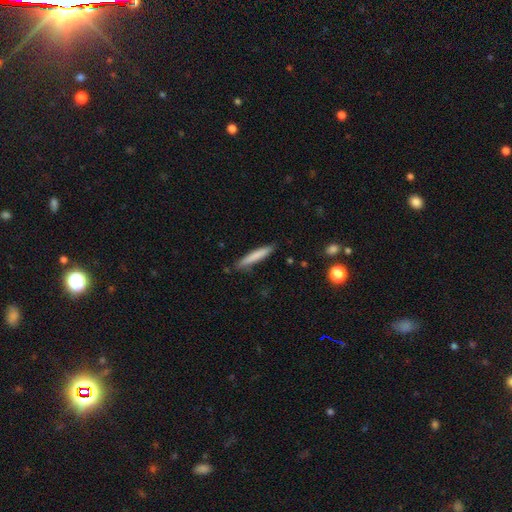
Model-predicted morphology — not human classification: A smooth galaxy with no disk features (79%) that is cigar-shaped (93%).

Vote fractions:
- Smooth or featured? smooth: 79% / featured or disk: 15% / star or artifact: 6%
- How rounded? cigar-shaped: 93% / in between: 6% / round: 1%
- Merging? none: 85% / minor disturbance: 12% / major disturbance: 2% / merger: 2%